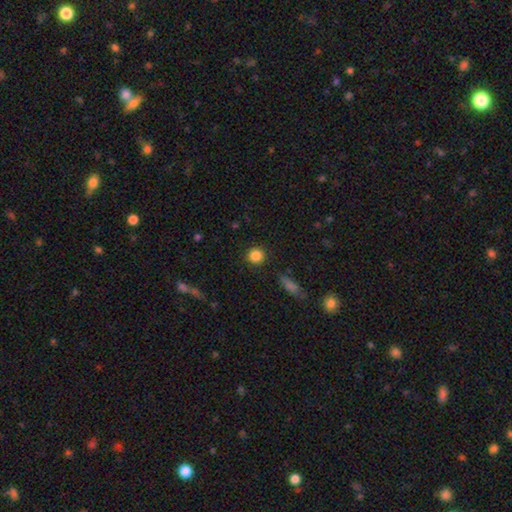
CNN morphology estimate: Smooth or featured?
  - smooth: 85% *
  - star or artifact: 10%
  - featured or disk: 4%
How rounded?
  - round: 92% *
  - in between: 7%
  - cigar-shaped: 1%
Merging?
  - none: 90% *
  - minor disturbance: 6%
  - major disturbance: 2%
  - merger: 2%